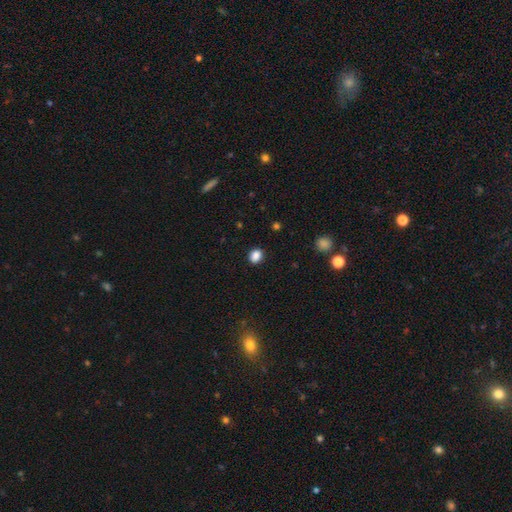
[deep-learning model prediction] Smooth or featured? smooth (86%)
How rounded? round (54%)
Merging? none (87%)